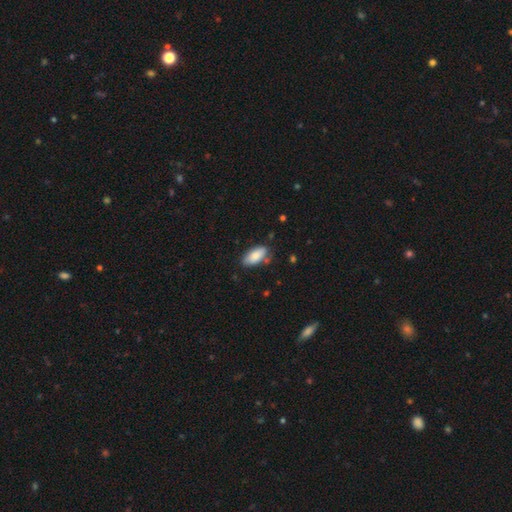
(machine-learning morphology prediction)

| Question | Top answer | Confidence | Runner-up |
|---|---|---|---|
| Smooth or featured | smooth | 83% | featured or disk (11%) |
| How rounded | in between | 90% | cigar-shaped (8%) |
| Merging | none | 76% | minor disturbance (18%) |